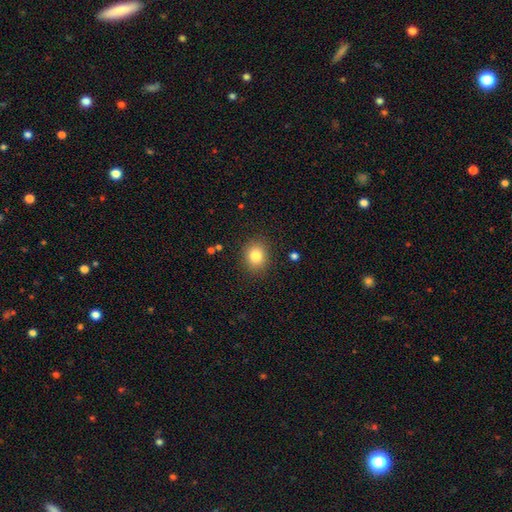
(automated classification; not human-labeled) Smooth or featured: smooth — 82% (star or artifact — 11%)
How rounded: round — 71% (in between — 28%)
Merging: none — 87% (minor disturbance — 8%)